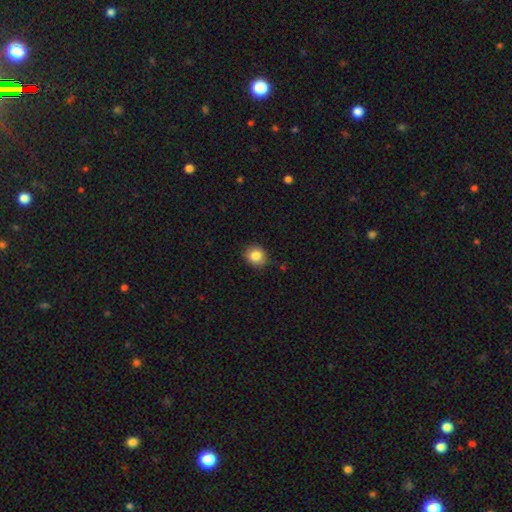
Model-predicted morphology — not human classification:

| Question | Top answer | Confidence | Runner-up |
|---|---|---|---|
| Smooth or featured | smooth | 84% | star or artifact (9%) |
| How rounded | round | 74% | in between (25%) |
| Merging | none | 82% | minor disturbance (14%) |